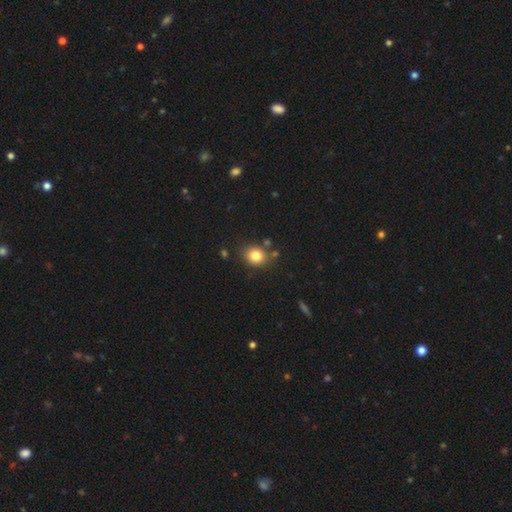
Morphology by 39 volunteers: Smooth or featured: smooth — 85% (featured or disk — 13%)
How rounded: round — 73% (in between — 27%)
Merging: none — 71% (merger — 13%)